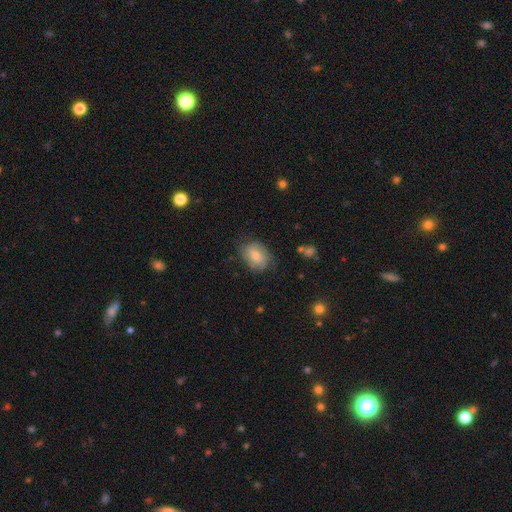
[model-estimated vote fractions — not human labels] Smooth or featured? smooth (67%)
How rounded? in between (68%)
Merging? none (64%)